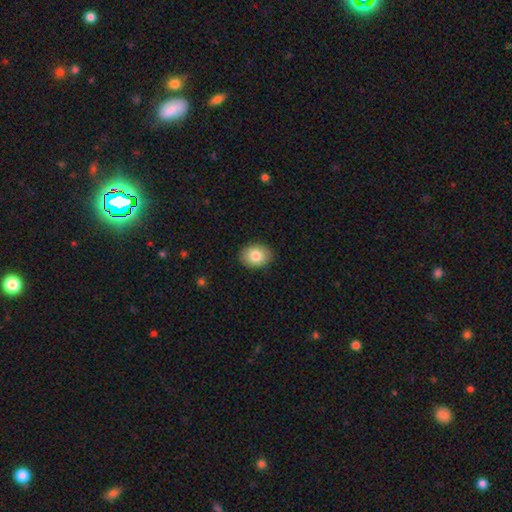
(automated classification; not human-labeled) Smooth or featured? smooth (82%)
How rounded? in between (60%)
Merging? none (89%)